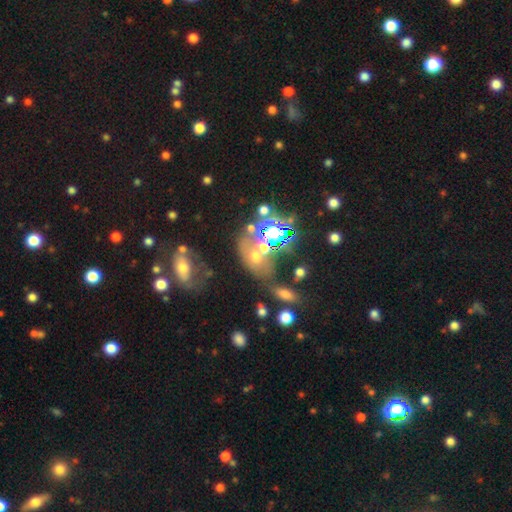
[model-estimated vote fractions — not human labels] Overall: smooth (45%; star or artifact 34%). Merging: none (41%; merger 34%).